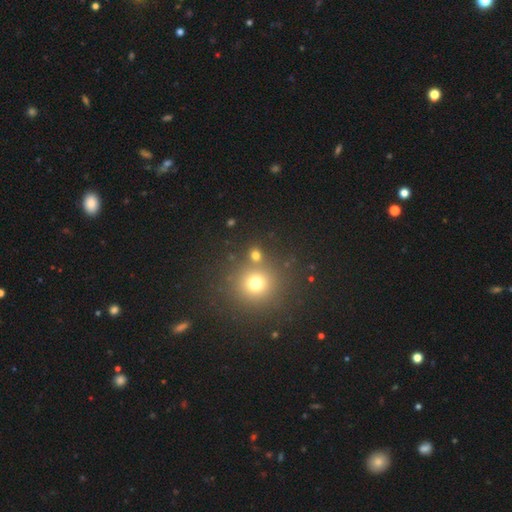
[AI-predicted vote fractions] Overall: smooth (70%). How rounded: round (87%). Merging: none (74%).